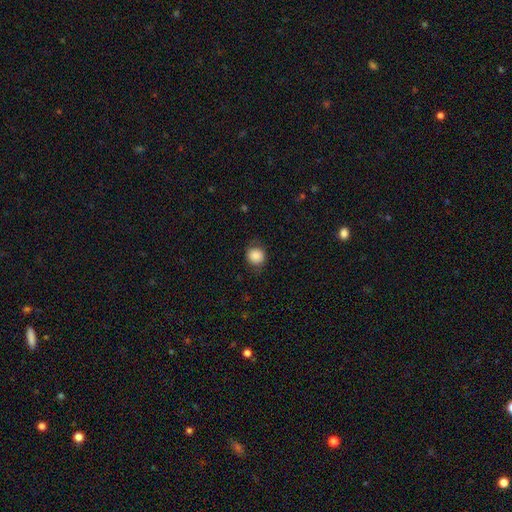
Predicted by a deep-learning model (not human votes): smooth_or_featured: smooth (p=0.85) [alt: star or artifact p=0.09]
how_rounded: round (p=0.86) [alt: in between p=0.13]
merging: none (p=0.79) [alt: minor disturbance p=0.15]